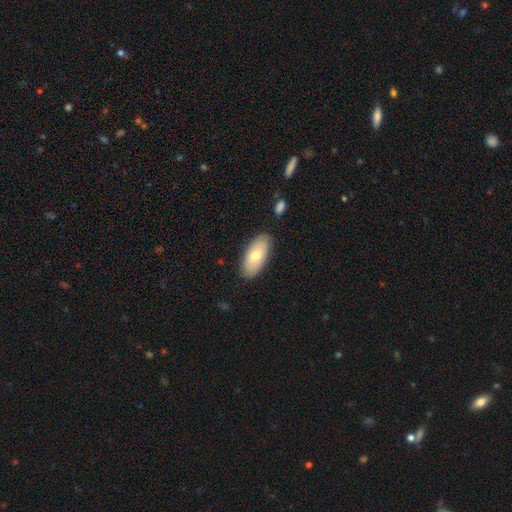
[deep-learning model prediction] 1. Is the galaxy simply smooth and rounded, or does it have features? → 64% smooth, 31% featured or disk, 6% star or artifact.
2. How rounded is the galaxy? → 92% in between, 5% cigar-shaped, 2% round.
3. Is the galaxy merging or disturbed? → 84% none, 12% minor disturbance, 2% major disturbance, 2% merger.